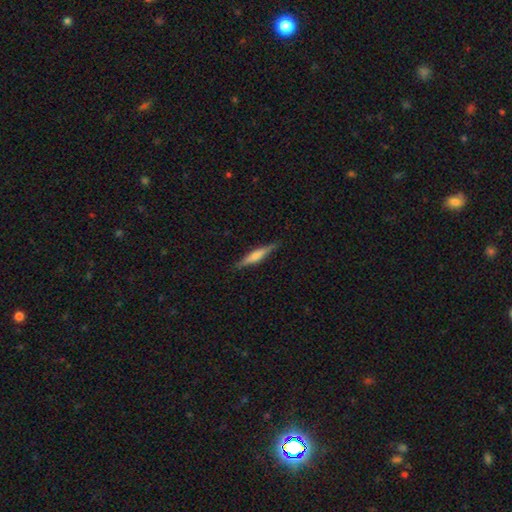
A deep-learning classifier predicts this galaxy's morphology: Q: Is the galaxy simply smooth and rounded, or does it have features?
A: featured or disk — 52%.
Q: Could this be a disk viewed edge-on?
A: yes — 97%.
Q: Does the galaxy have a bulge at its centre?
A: rounded — 56%.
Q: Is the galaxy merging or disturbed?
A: none — 89%.